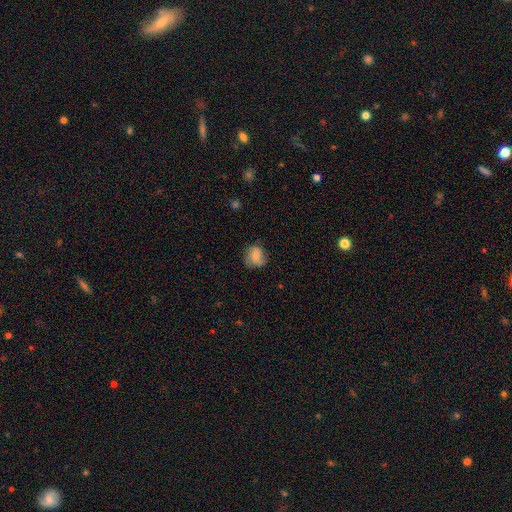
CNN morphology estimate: The model was most divided on "smooth or featured": smooth: 60%, featured or disk: 32%, star or artifact: 8%. More confident: how rounded — round (74%); merging — none (69%).